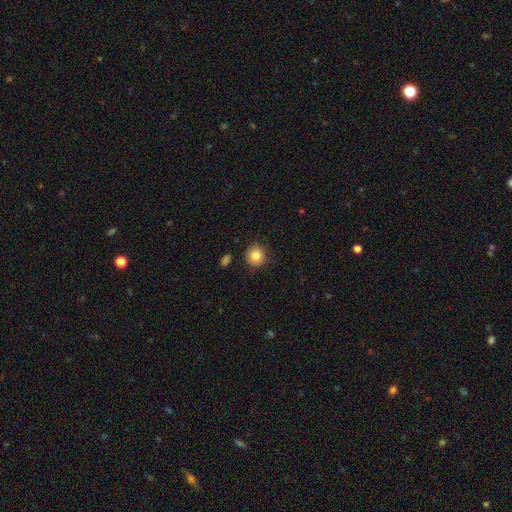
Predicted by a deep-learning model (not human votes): Q: Smooth or featured?
A: smooth (84%); runner-up: star or artifact (9%)
Q: How rounded?
A: round (89%); runner-up: in between (10%)
Q: Merging?
A: none (87%); runner-up: minor disturbance (9%)